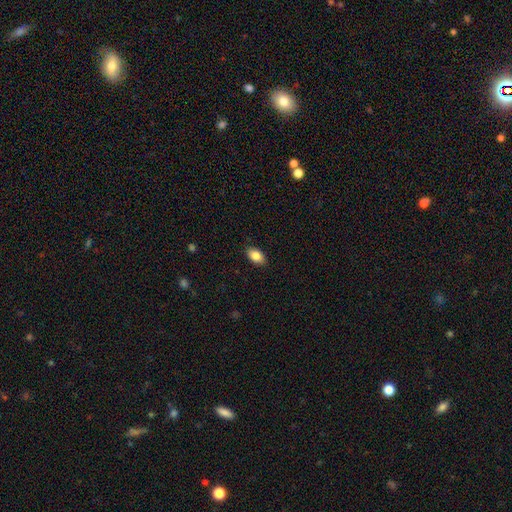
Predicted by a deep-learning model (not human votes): Smooth or featured? smooth (86%)
How rounded? in between (91%)
Merging? none (88%)